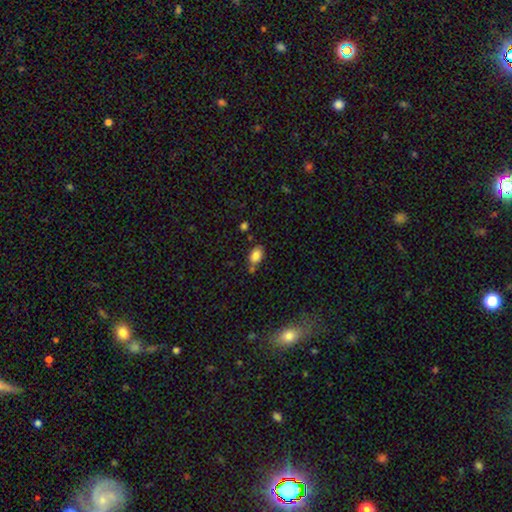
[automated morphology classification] A smooth galaxy with no disk features (84%) that is in between round and cigar-shaped (89%).

Vote fractions:
- Smooth or featured? smooth: 84% / star or artifact: 9% / featured or disk: 7%
- How rounded? in between: 89% / round: 9% / cigar-shaped: 2%
- Merging? none: 63% / minor disturbance: 18% / merger: 15% / major disturbance: 4%